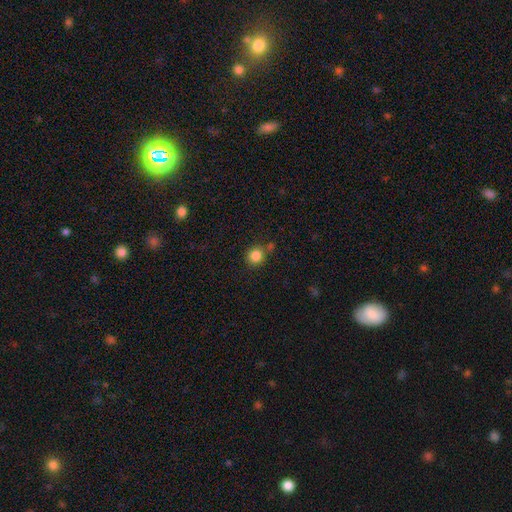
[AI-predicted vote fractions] Smooth or featured? smooth (85%)
How rounded? round (86%)
Merging? none (75%)